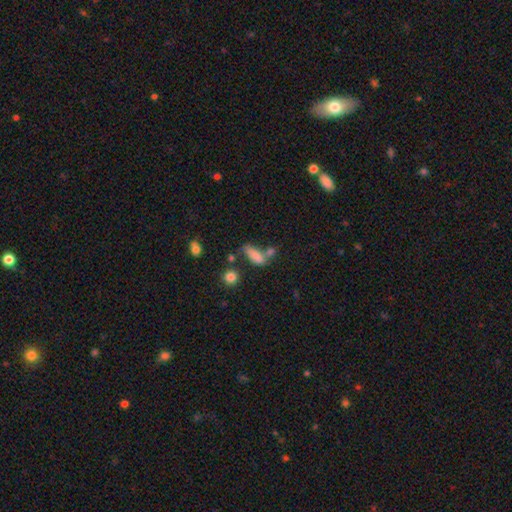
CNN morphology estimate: Q: Smooth or featured?
A: smooth (76%); runner-up: featured or disk (13%)
Q: How rounded?
A: in between (68%); runner-up: cigar-shaped (28%)
Q: Merging?
A: none (42%); runner-up: merger (28%)